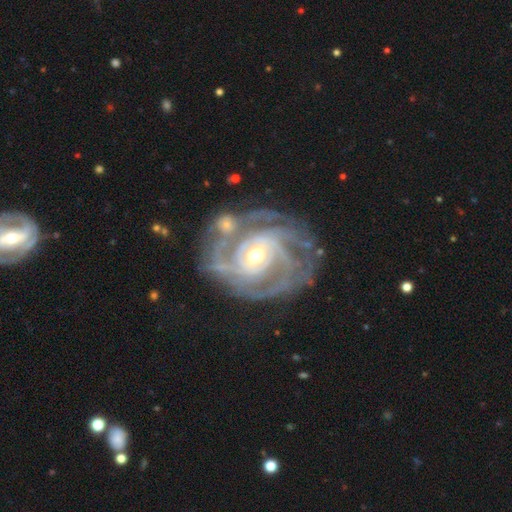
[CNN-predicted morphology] This appears to be a featured or disk galaxy (92%) with no bar (54%), 3 (28%) tight (71%) spiral arms (97%) and a moderate central bulge (64%). Merging: none (55%).